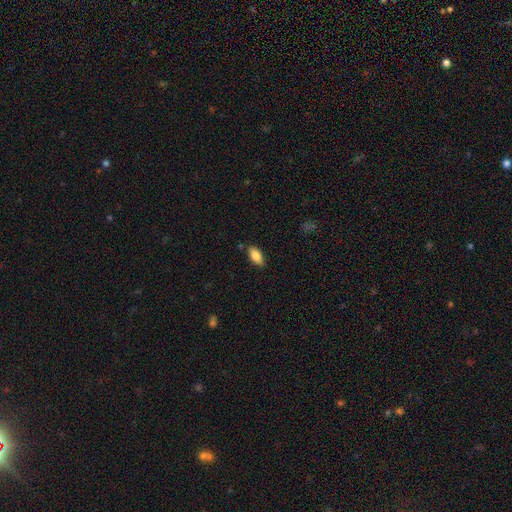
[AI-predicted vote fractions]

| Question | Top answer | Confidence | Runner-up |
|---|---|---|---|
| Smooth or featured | smooth | 84% | featured or disk (9%) |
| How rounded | in between | 90% | cigar-shaped (7%) |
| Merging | none | 84% | minor disturbance (12%) |